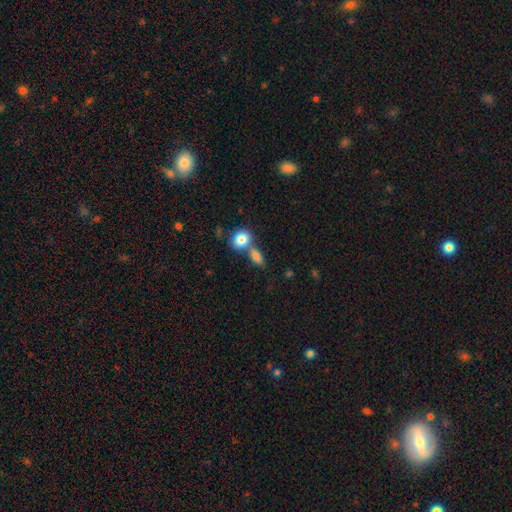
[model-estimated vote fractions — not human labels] This is likely a smooth galaxy (80%). How rounded: likely in between (74%). Merging: marginally merger (43%, tied with none).